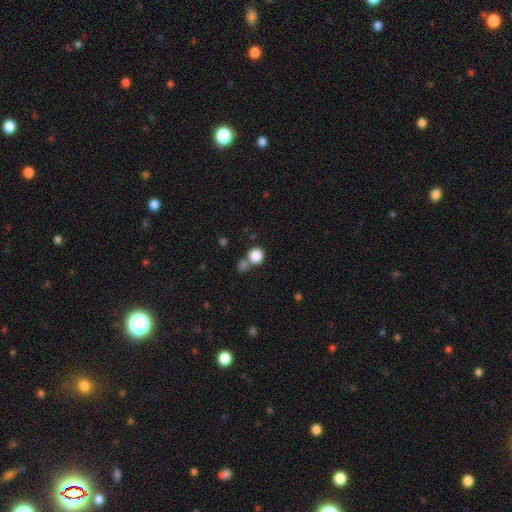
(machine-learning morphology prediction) smooth_or_featured: smooth (p=0.86) [alt: star or artifact p=0.10]
how_rounded: round (p=0.89) [alt: in between p=0.10]
merging: none (p=0.58) [alt: merger p=0.30]